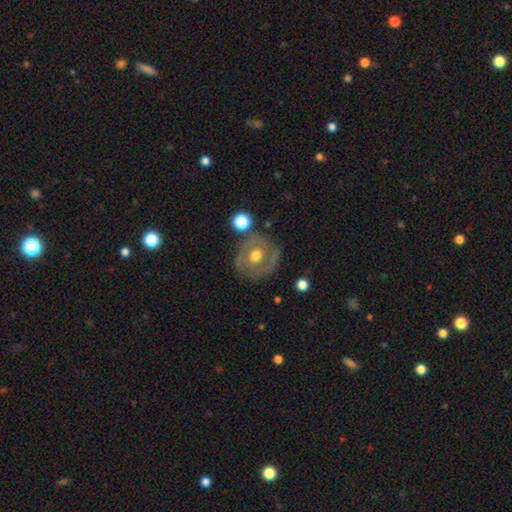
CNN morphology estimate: Smooth or featured: featured or disk — 55% (smooth — 38%)
Edge-on disk: no — 95% (yes — 5%)
Bar: no — 80% (weak — 15%)
Spiral arms: no — 67% (yes — 33%)
Bulge size: moderate — 74% (large — 15%)
Merging: none — 73% (minor disturbance — 16%)